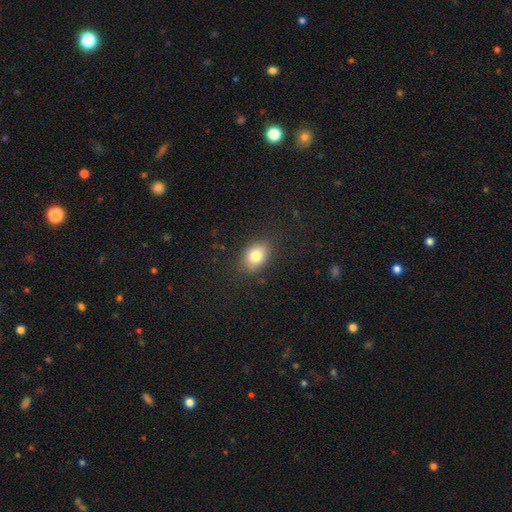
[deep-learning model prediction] smooth-or-featured: smooth: 79% | featured or disk: 11% | star or artifact: 10%
  how-rounded: in between: 70% | round: 29% | cigar-shaped: 1%
  merging: none: 83% | minor disturbance: 12% | major disturbance: 4% | merger: 1%